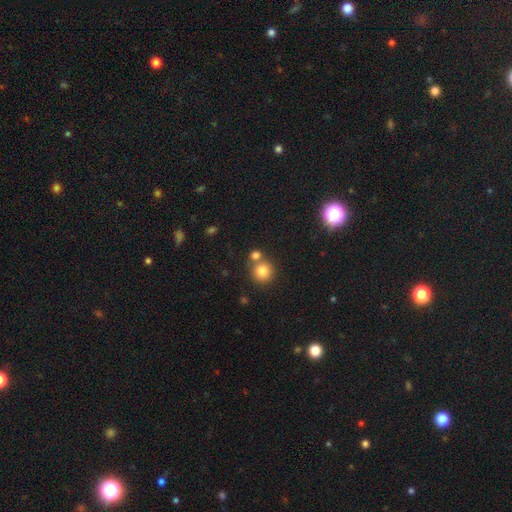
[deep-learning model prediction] smooth_or_featured: smooth (p=0.57) [alt: star or artifact p=0.35]
how_rounded: round (p=0.91) [alt: in between p=0.08]
merging: none (p=0.74) [alt: merger p=0.15]